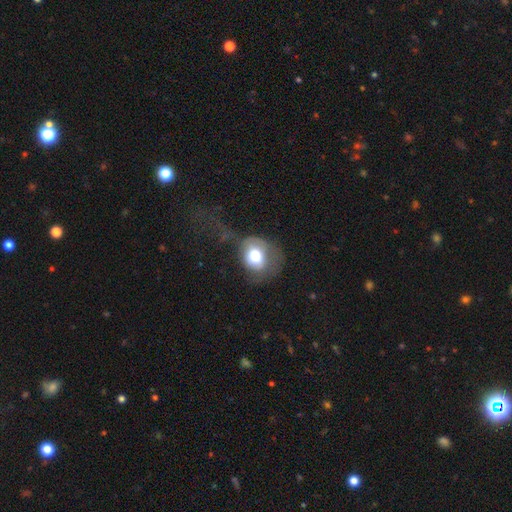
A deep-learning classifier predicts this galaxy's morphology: smooth-or-featured: smooth: 65% | featured or disk: 25% | star or artifact: 10%
  how-rounded: round: 60% | in between: 39% | cigar-shaped: 1%
  merging: major disturbance: 43% | none: 29% | minor disturbance: 26% | merger: 3%